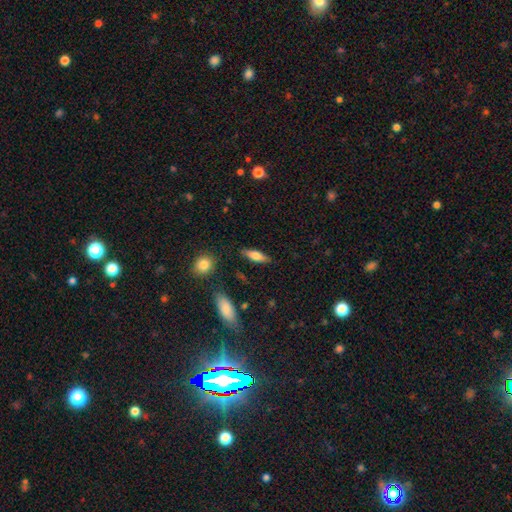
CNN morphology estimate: smooth 61%, featured or disk 32%, star or artifact 7%. Down the decision tree: how rounded — in between (50%); merging — none (85%).